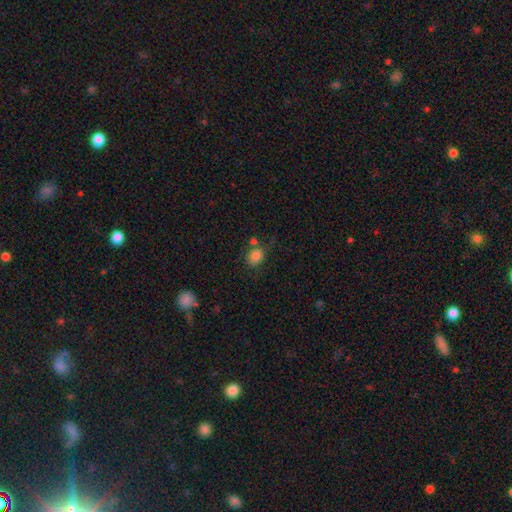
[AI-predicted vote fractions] Smooth or featured: smooth — 83% (star or artifact — 11%)
How rounded: in between — 53% (round — 46%)
Merging: none — 63% (minor disturbance — 18%)